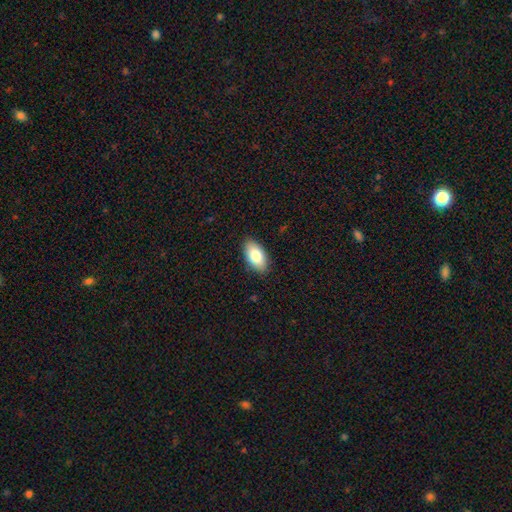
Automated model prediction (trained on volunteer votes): Smooth or featured? Predicted: smooth (p=0.82). How rounded? Predicted: in between (p=0.94). Merging? Predicted: none (p=0.88).